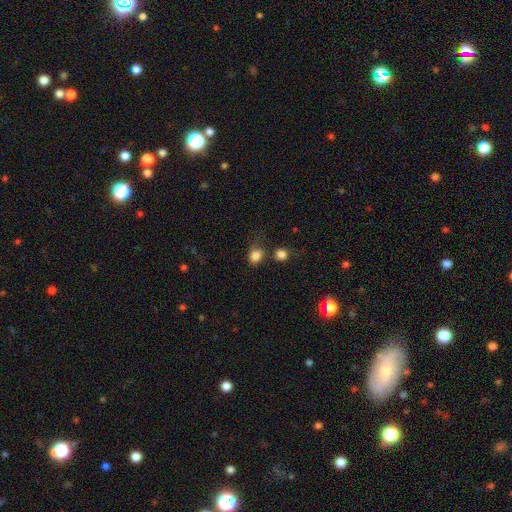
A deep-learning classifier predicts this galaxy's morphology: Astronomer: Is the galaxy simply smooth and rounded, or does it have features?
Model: smooth — 83%.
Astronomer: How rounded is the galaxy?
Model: round — 53% (runner-up: in between, 46%).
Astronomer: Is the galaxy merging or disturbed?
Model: none — 61%.